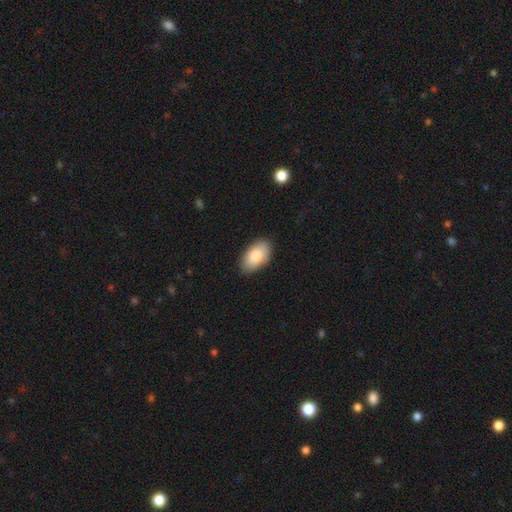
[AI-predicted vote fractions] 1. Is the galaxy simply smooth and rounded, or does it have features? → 84% smooth, 10% featured or disk, 6% star or artifact.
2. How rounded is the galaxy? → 95% in between, 3% round, 2% cigar-shaped.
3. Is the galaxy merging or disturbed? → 87% none, 10% minor disturbance, 2% major disturbance, 1% merger.